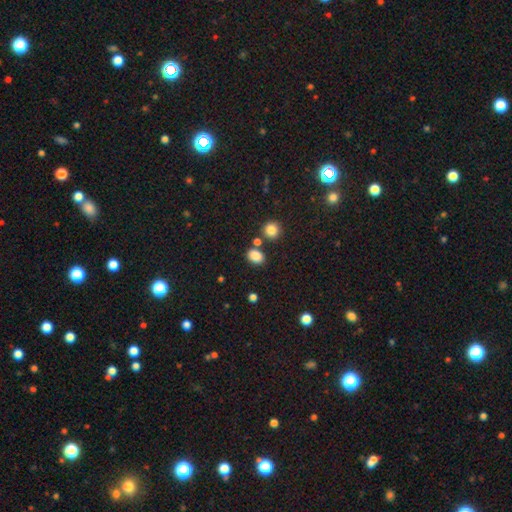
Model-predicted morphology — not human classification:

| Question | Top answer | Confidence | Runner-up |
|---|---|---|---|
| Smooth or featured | smooth | 84% | star or artifact (11%) |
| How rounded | in between | 64% | round (35%) |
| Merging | none | 74% | merger (13%) |